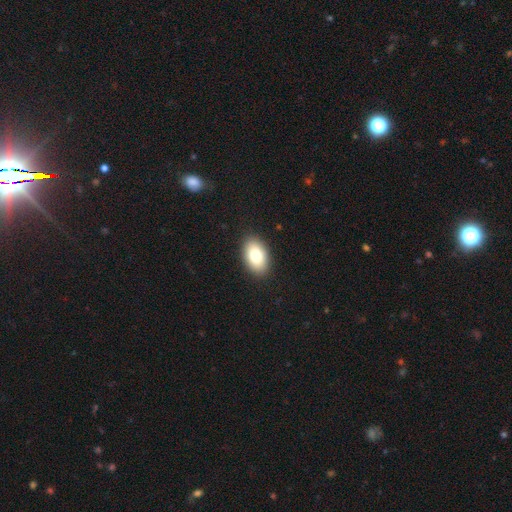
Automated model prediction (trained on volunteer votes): smooth-or-featured: smooth: 79% | featured or disk: 13% | star or artifact: 8%
  how-rounded: in between: 91% | round: 8% | cigar-shaped: 1%
  merging: none: 89% | minor disturbance: 8% | major disturbance: 2% | merger: 1%